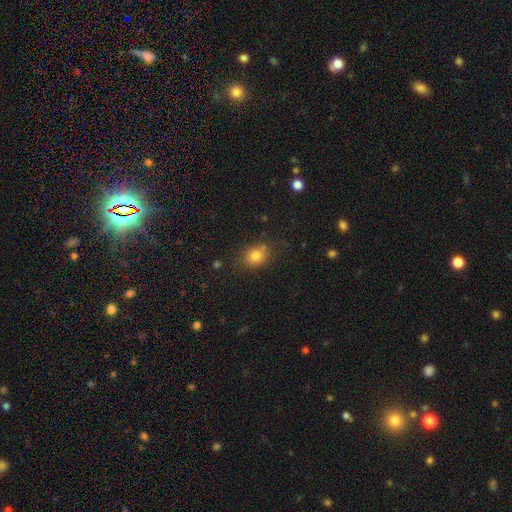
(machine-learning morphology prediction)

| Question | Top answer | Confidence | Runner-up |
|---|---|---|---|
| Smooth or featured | smooth | 81% | star or artifact (12%) |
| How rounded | round | 53% | in between (46%) |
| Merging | none | 76% | minor disturbance (15%) |